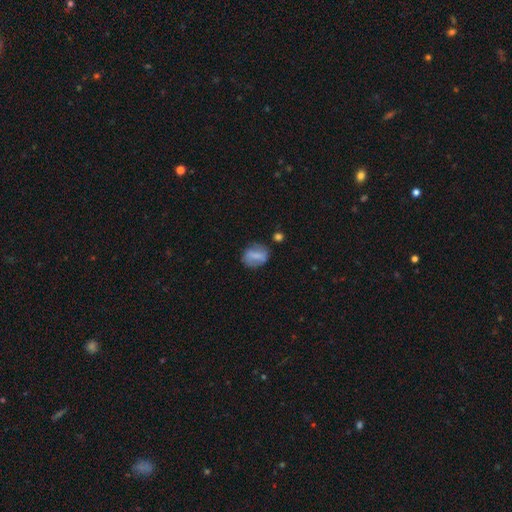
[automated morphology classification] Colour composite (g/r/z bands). It shows a smooth galaxy with no disk features (62%) that is in between round and cigar-shaped (56%). Merging: none (67%).